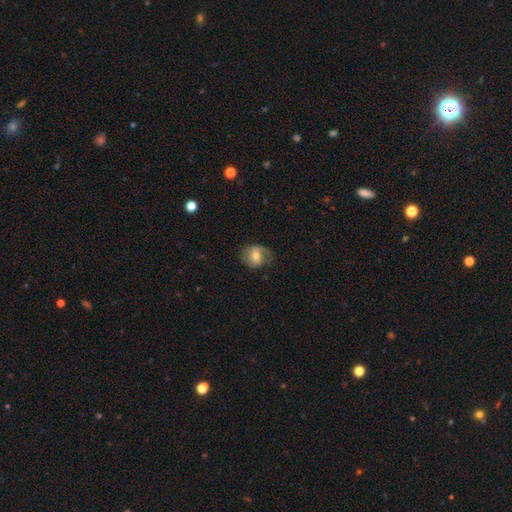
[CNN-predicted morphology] This appears to be a smooth galaxy with no disk features (54%) that is round (63%). Merging: none (65%).